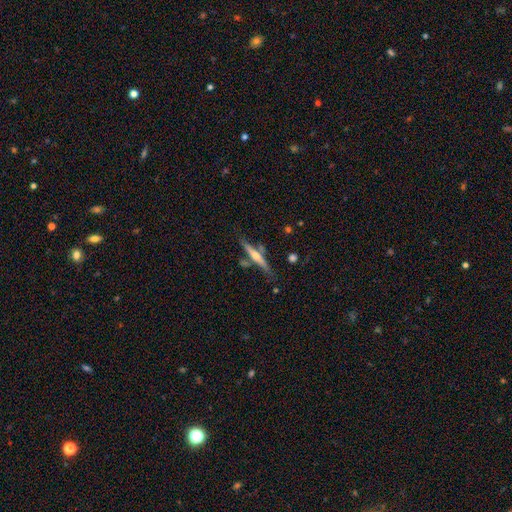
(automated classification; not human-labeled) The model was most divided on "smooth or featured": featured or disk: 68%, smooth: 25%, star or artifact: 6%. More confident: edge-on disk — yes (96%); edge-on bulge — rounded (87%); merging — none (71%).